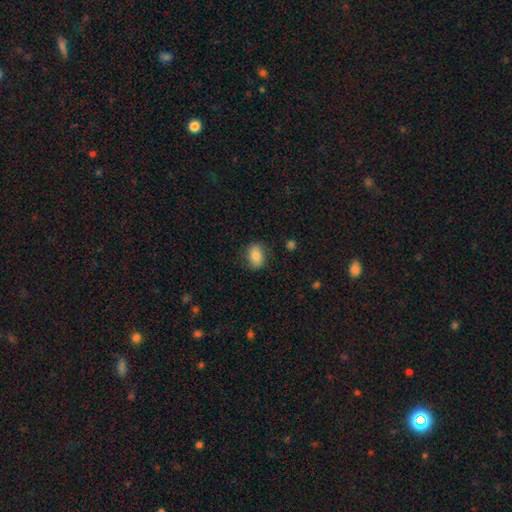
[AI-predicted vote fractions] Overall: smooth (80%). How rounded: in between (71%). Merging: none (81%).